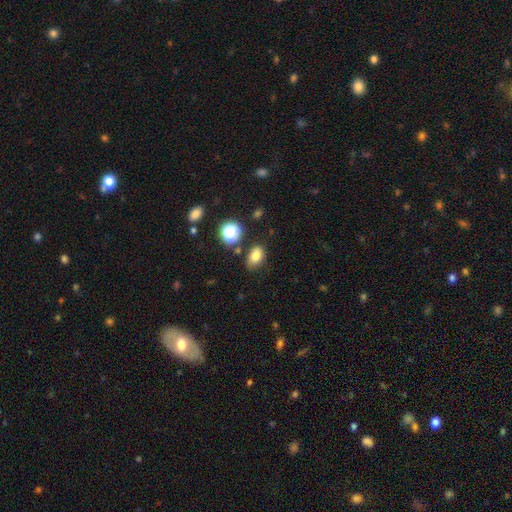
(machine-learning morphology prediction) Smooth or featured? smooth (78%)
How rounded? in between (82%)
Merging? none (77%)